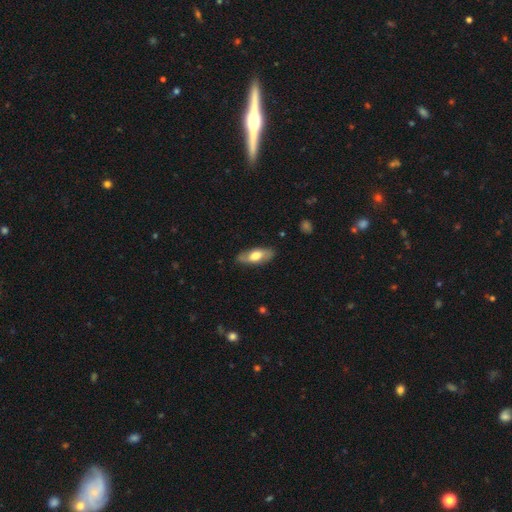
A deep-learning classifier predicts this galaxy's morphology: Smooth or featured?
  - smooth: 53% *
  - featured or disk: 41%
  - star or artifact: 6%
How rounded?
  - in between: 77% *
  - cigar-shaped: 20%
  - round: 3%
Merging?
  - none: 83% *
  - minor disturbance: 13%
  - major disturbance: 3%
  - merger: 1%